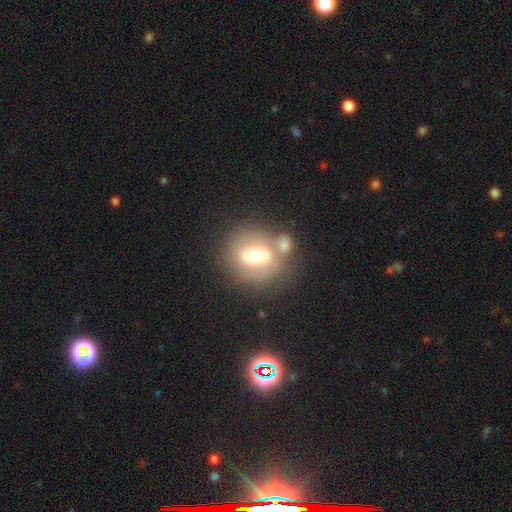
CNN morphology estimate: Q: Smooth or featured?
A: smooth (50%); runner-up: featured or disk (41%)
Q: Merging?
A: none (49%); runner-up: merger (30%)